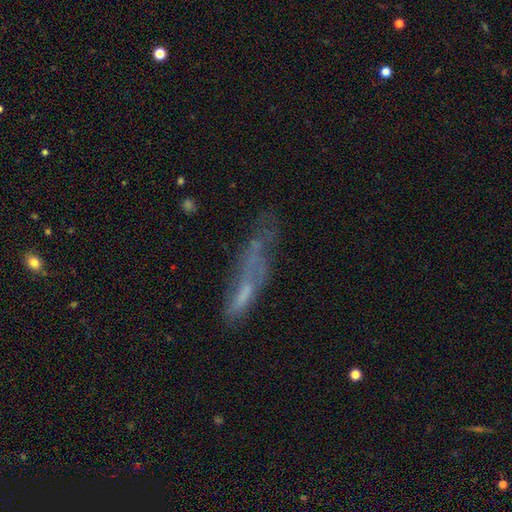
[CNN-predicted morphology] smooth_or_featured: smooth (p=0.45) [alt: featured or disk p=0.40]
merging: none (p=0.37) [alt: major disturbance p=0.30]